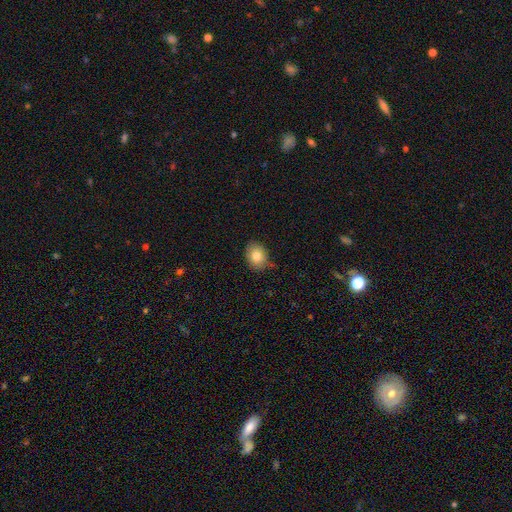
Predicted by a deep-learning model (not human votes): Smooth or featured? smooth (81%)
How rounded? in between (56%)
Merging? none (78%)